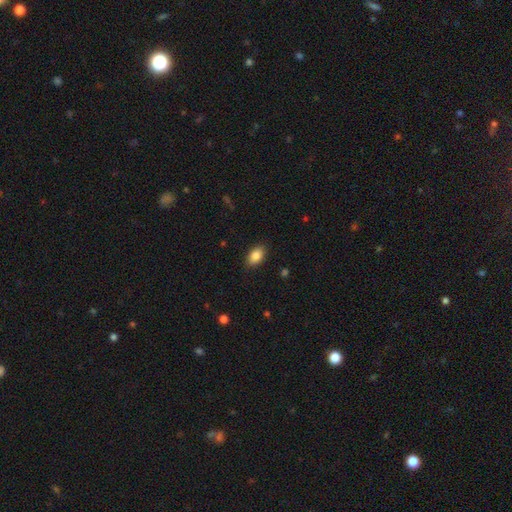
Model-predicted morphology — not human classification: smooth-or-featured: smooth: 85% | star or artifact: 8% | featured or disk: 7%
  how-rounded: in between: 89% | round: 8% | cigar-shaped: 2%
  merging: none: 87% | minor disturbance: 10% | major disturbance: 2% | merger: 1%